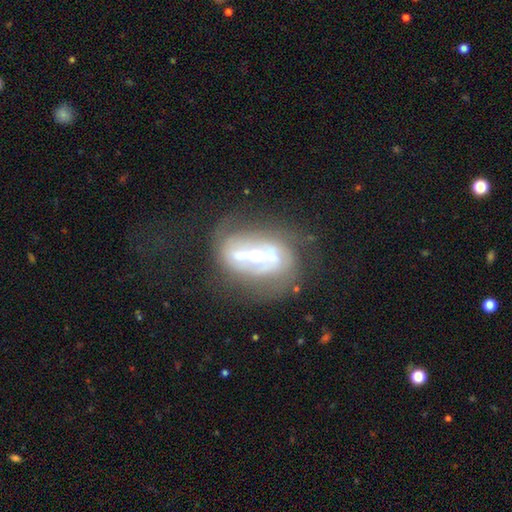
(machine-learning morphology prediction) A featured or disk galaxy (80%) with a strong bar (77%), spiral arms (69%) and a small central bulge (44%). Merging: none (55%).